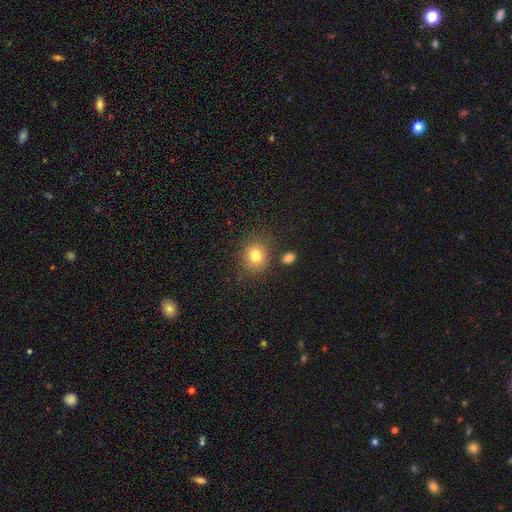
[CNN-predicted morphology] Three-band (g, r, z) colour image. It shows a smooth galaxy with no disk features (80%) that is round (73%). Merging: none (79%).